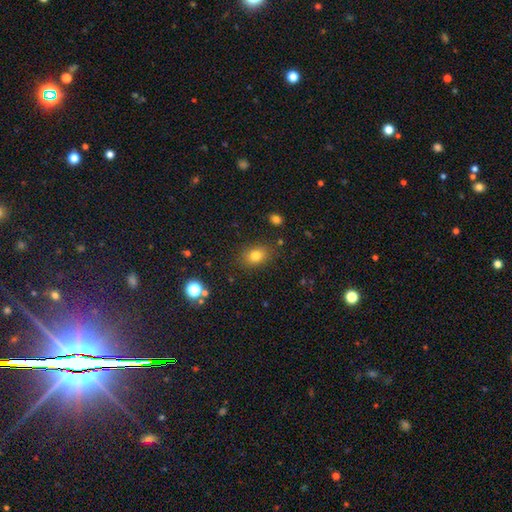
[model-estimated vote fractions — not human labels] Smooth or featured? smooth (79%)
How rounded? in between (62%)
Merging? none (84%)